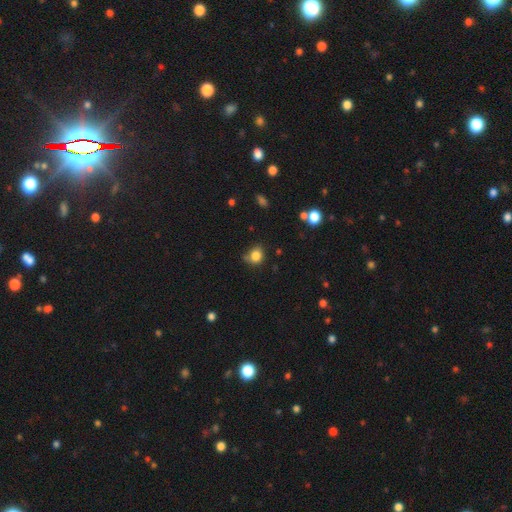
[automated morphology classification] smooth_or_featured: smooth (p=0.83) [alt: star or artifact p=0.11]
how_rounded: round (p=0.73) [alt: in between p=0.26]
merging: none (p=0.63) [alt: minor disturbance p=0.25]